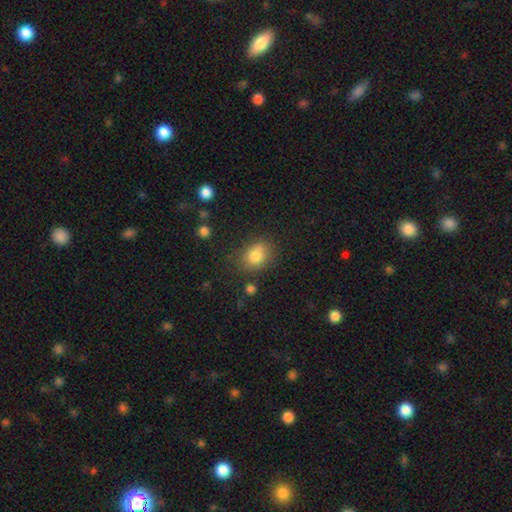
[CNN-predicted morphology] Smooth or featured: smooth — 80% (star or artifact — 11%)
How rounded: round — 51% (in between — 48%)
Merging: none — 71% (minor disturbance — 18%)